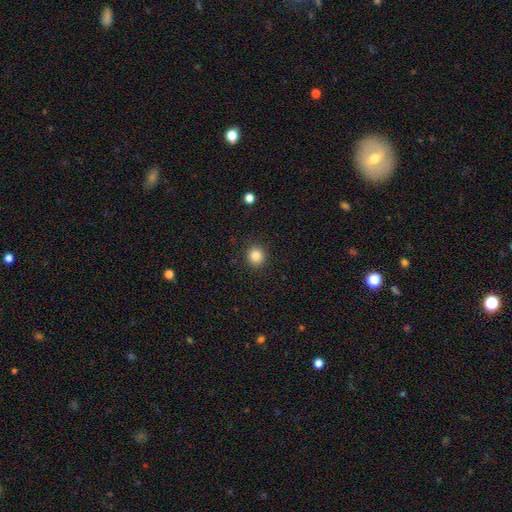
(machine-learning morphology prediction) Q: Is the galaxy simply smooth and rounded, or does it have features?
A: smooth — 84%.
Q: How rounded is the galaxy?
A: round — 90%.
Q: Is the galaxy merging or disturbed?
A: none — 91%.